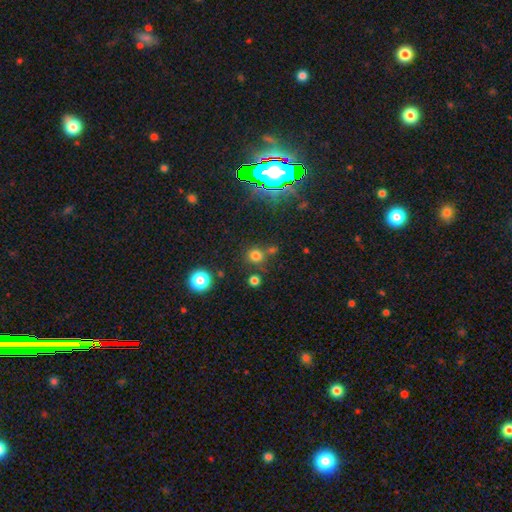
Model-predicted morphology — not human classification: A smooth galaxy with no disk features (69%) that is round (90%). Merging: none (72%).